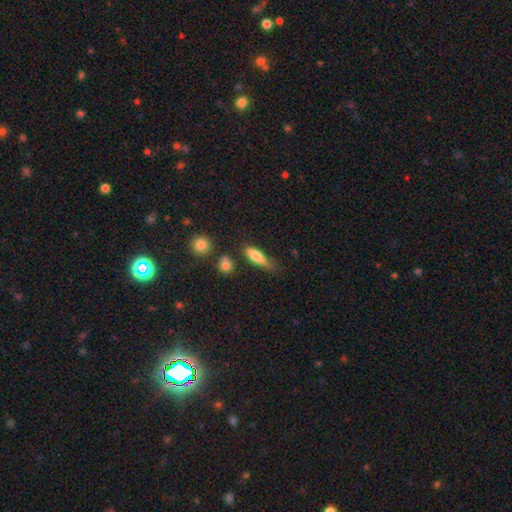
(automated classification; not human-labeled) Overall: smooth (77%). How rounded: in between (53%; cigar-shaped 44%). Merging: none (48%; minor disturbance 34%).